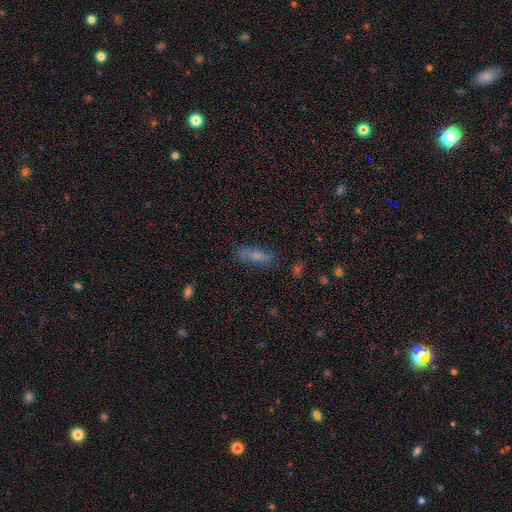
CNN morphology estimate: Overall: smooth (71%). How rounded: cigar-shaped (56%; in between 41%). Merging: none (78%).